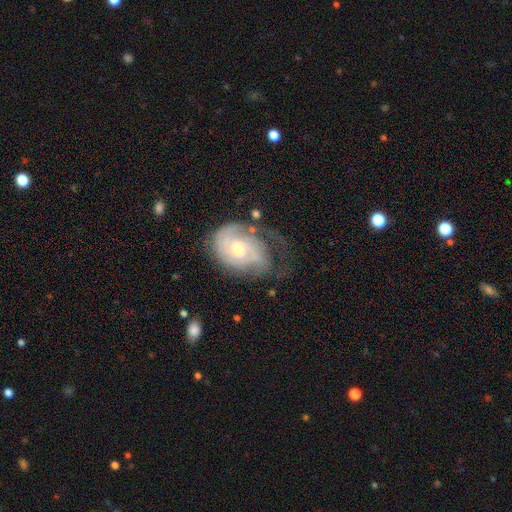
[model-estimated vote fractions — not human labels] This is likely a featured or disk galaxy (76%). It is clearly not viewed edge-on (97%). Bar: likely no (65%). Spiral arm pattern: clearly yes (88%). Spiral arm count: marginally can't tell (40%). Spiral winding: possibly tight (57%). Central bulge: possibly moderate (48%). Merging: marginally none (41%).